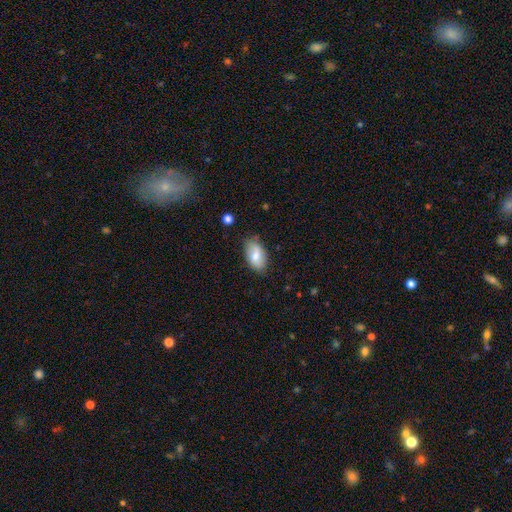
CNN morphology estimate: smooth-or-featured: smooth: 75% | featured or disk: 18% | star or artifact: 7%
  how-rounded: in between: 93% | round: 4% | cigar-shaped: 3%
  merging: none: 75% | minor disturbance: 20% | major disturbance: 3% | merger: 2%